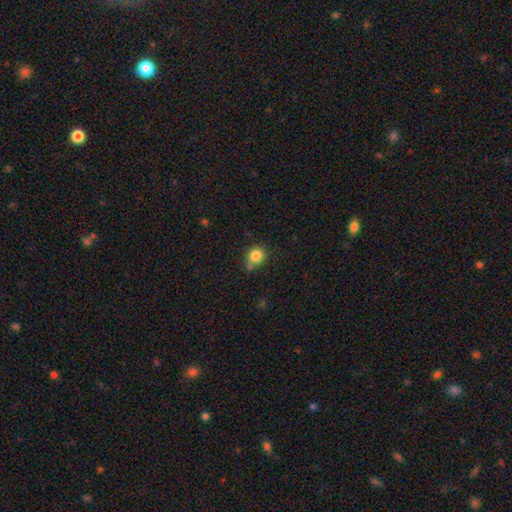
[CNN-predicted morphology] Smooth or featured: smooth — 83% (star or artifact — 11%)
How rounded: round — 81% (in between — 18%)
Merging: none — 65% (minor disturbance — 21%)